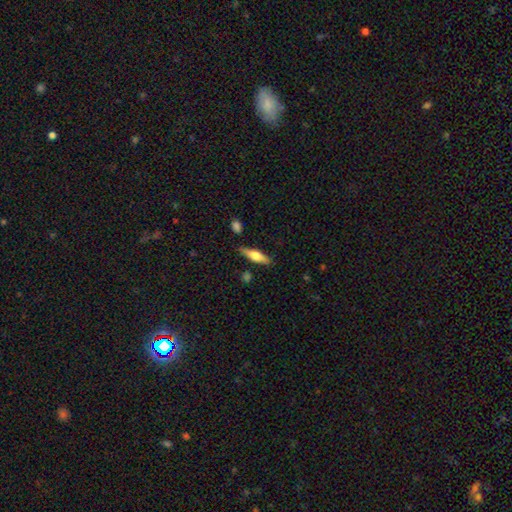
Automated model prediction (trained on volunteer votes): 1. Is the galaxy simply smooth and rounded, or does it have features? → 51% smooth, 43% featured or disk, 6% star or artifact.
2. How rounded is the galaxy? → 60% cigar-shaped, 37% in between, 3% round.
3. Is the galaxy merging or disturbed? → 82% none, 12% minor disturbance, 3% merger, 3% major disturbance.